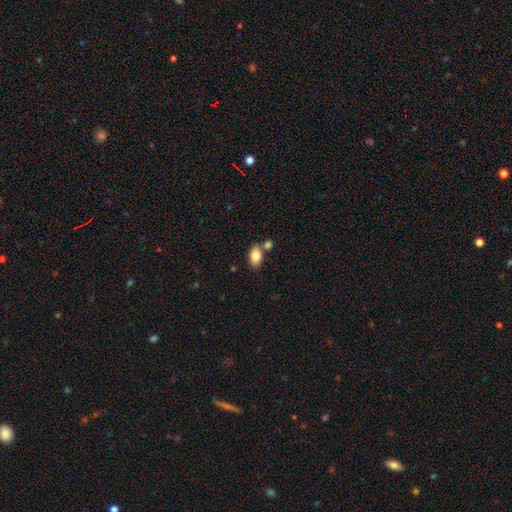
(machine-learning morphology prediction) This is clearly a smooth galaxy (82%). How rounded: clearly in between (91%). Merging: likely none (67%).